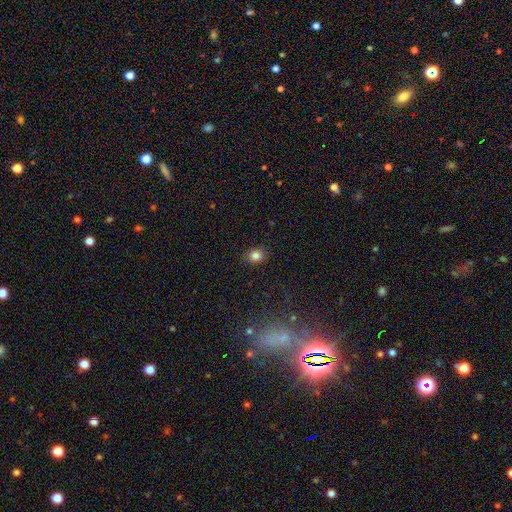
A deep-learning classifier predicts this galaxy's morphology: A smooth galaxy with no disk features (82%) that is round (62%). Merging: none (88%).